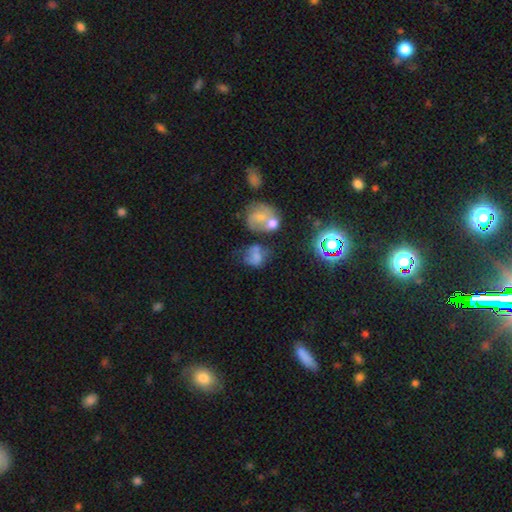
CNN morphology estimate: A smooth galaxy with no disk features (49%). Merging: none (32%).